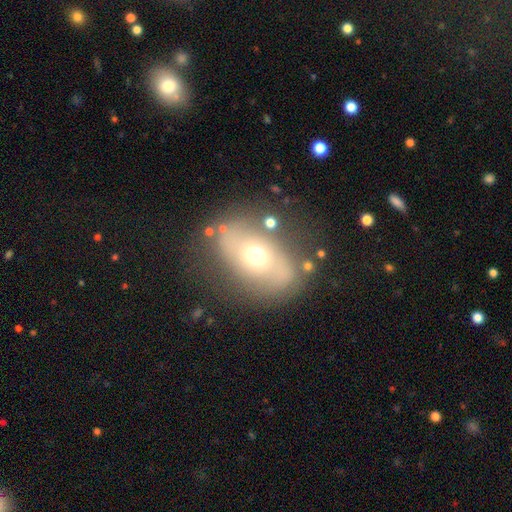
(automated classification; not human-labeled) This is possibly a featured or disk galaxy (52%). It is clearly not viewed edge-on (93%). Merging: likely none (74%).